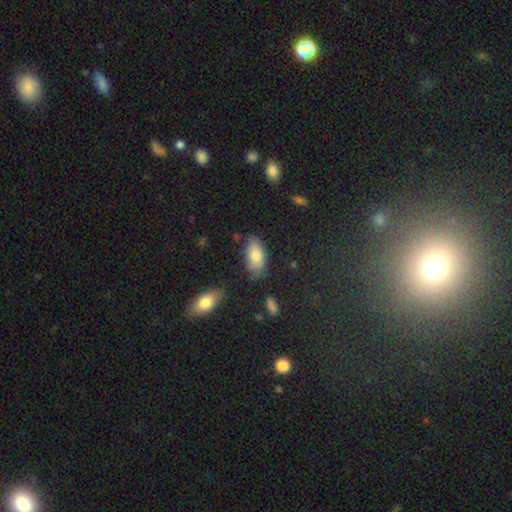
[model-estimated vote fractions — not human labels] Morphology: type=smooth (80%); roundness=in between (92%); merging=none (74%).